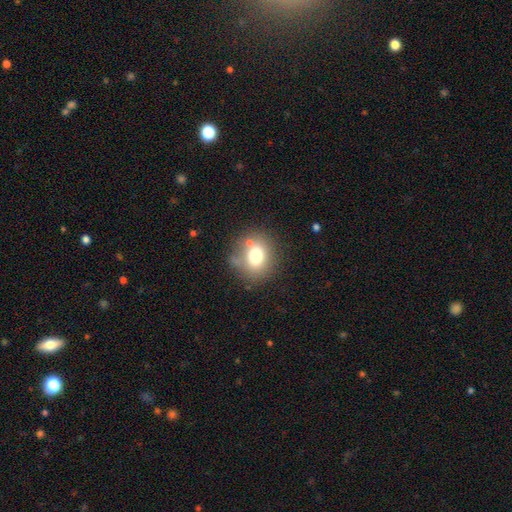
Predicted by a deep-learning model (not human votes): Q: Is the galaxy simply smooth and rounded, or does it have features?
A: smooth — 72%.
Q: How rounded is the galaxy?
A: round — 61%.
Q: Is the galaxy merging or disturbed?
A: none — 66%.